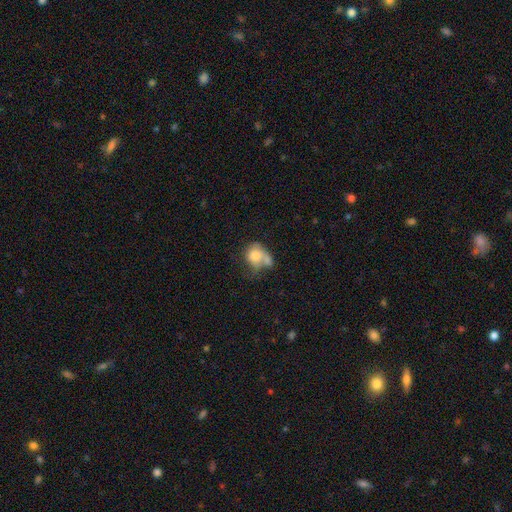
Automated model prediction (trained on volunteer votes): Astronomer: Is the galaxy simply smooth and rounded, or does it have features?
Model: smooth — 72%.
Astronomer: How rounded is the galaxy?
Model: round — 57% (runner-up: in between, 41%).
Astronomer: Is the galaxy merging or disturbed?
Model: merger — 44% (runner-up: none, 25%).